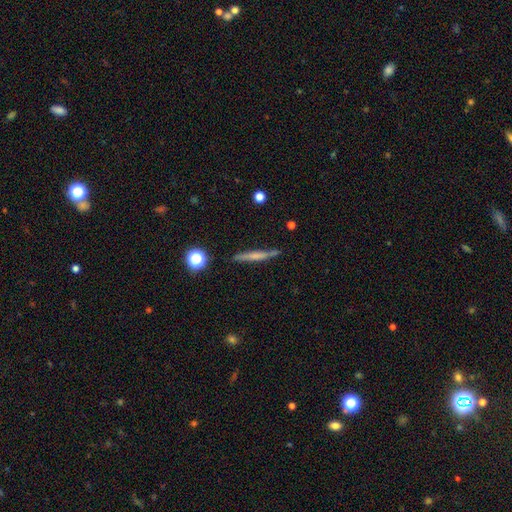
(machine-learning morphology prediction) A smooth galaxy with no disk features (47%).

Vote fractions:
- Smooth or featured? smooth: 47% / featured or disk: 45% / star or artifact: 8%
- Merging? none: 83% / minor disturbance: 11% / merger: 3% / major disturbance: 2%